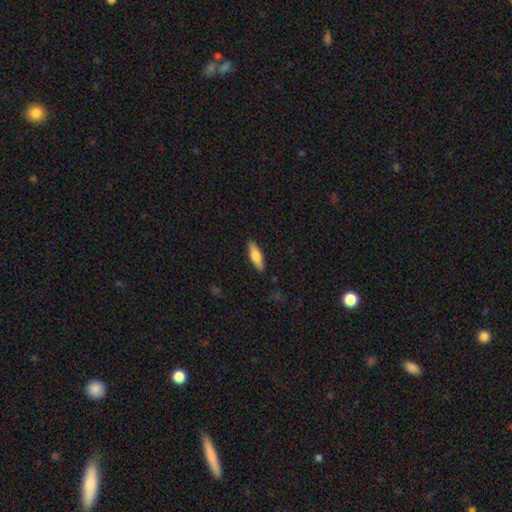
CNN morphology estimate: type=smooth (63%); roundness=cigar-shaped (49%, tied with in between); merging=none (89%).